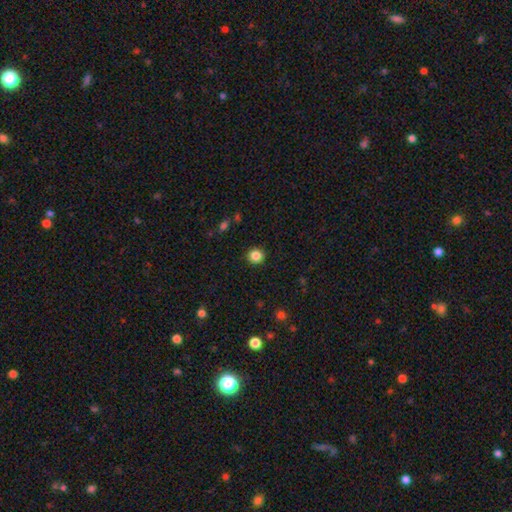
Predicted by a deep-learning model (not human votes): A smooth galaxy with no disk features (84%) that is round (91%).

Vote fractions:
- Smooth or featured? smooth: 84% / star or artifact: 11% / featured or disk: 5%
- How rounded? round: 91% / in between: 8% / cigar-shaped: 1%
- Merging? none: 92% / minor disturbance: 6% / major disturbance: 2% / merger: 1%